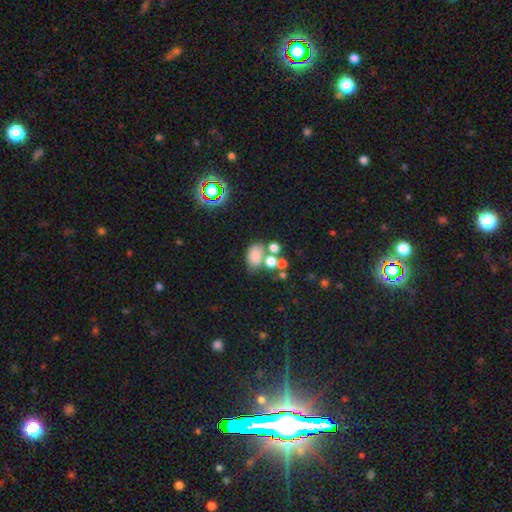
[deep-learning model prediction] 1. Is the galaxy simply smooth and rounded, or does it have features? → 71% smooth, 16% star or artifact, 13% featured or disk.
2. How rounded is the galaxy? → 79% in between, 20% round, 2% cigar-shaped.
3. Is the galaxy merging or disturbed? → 41% none, 37% merger, 14% minor disturbance, 9% major disturbance.